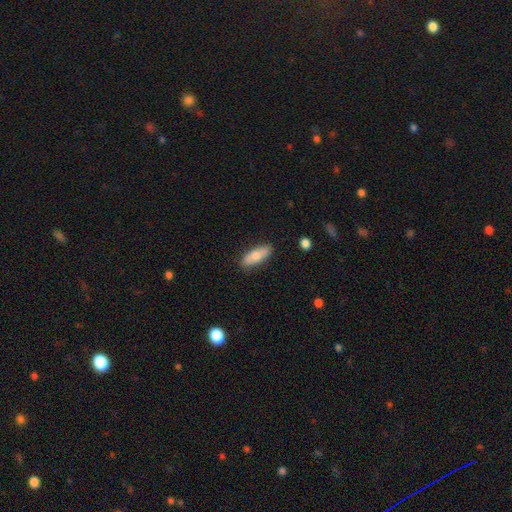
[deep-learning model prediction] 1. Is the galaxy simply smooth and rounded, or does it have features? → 73% smooth, 21% featured or disk, 6% star or artifact.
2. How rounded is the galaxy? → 66% in between, 32% cigar-shaped, 2% round.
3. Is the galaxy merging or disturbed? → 82% none, 14% minor disturbance, 3% major disturbance, 2% merger.